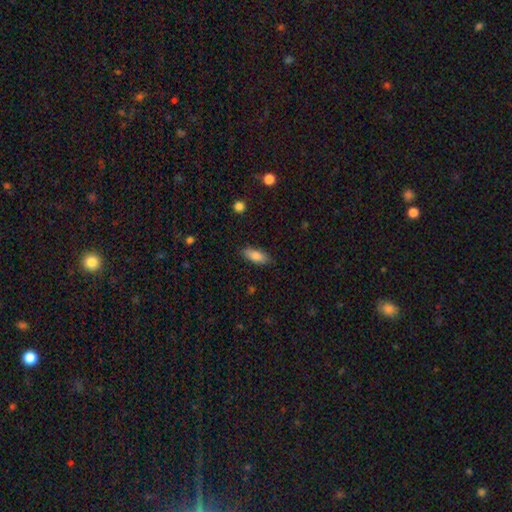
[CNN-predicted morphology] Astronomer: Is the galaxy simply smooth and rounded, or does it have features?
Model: smooth — 84%.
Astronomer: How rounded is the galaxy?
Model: in between — 77%.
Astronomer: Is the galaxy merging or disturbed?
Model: none — 86%.